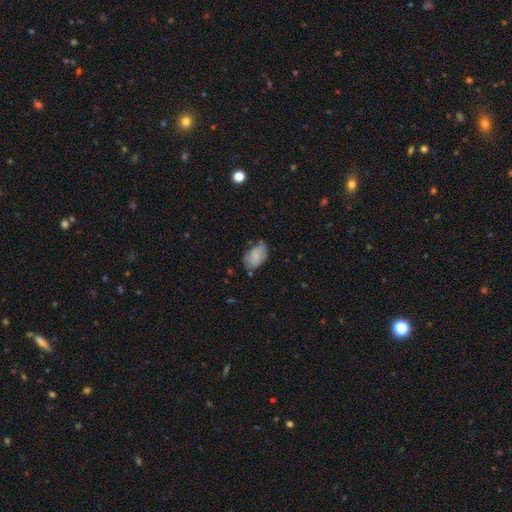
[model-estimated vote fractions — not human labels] Overall: smooth (79%). How rounded: in between (90%). Merging: none (60%; minor disturbance 29%).